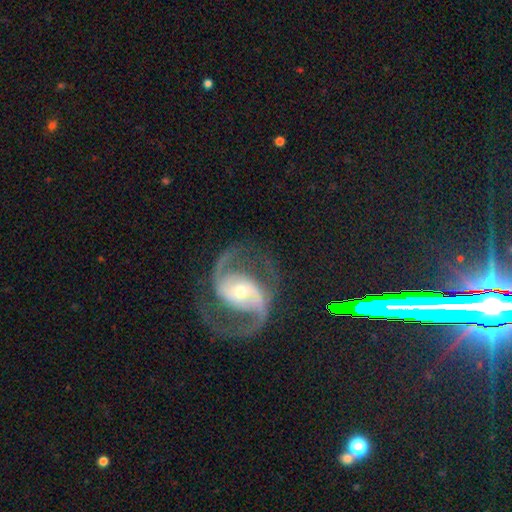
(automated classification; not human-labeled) Smooth or featured? Predicted: featured or disk (p=0.86). Edge-on disk? Predicted: no (p=0.97). Bar? Predicted: weak (p=0.37). Spiral arms? Predicted: yes (p=0.98). Spiral winding? Predicted: medium (p=0.59). Spiral arm count? Predicted: 2 (p=0.92). Bulge size? Predicted: moderate (p=0.47). Merging? Predicted: none (p=0.77).